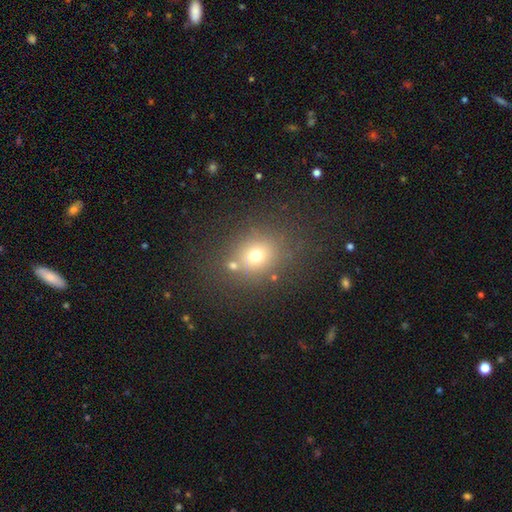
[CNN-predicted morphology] Smooth or featured?
  - smooth: 69% *
  - star or artifact: 20%
  - featured or disk: 12%
How rounded?
  - round: 65% *
  - in between: 34%
  - cigar-shaped: 1%
Merging?
  - none: 73% *
  - minor disturbance: 11%
  - merger: 11%
  - major disturbance: 5%